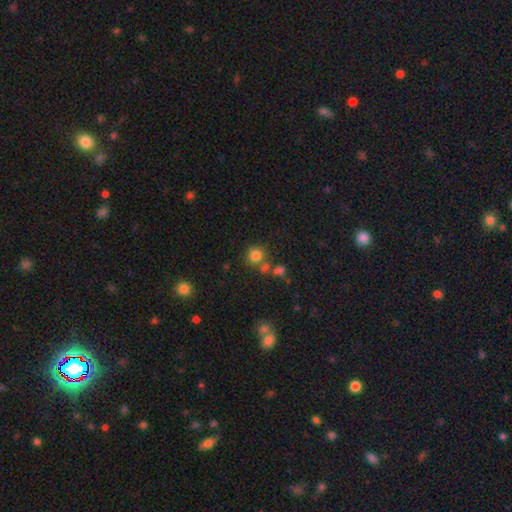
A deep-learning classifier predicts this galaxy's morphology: This appears to be a smooth galaxy with no disk features (79%) that is round (88%). Merging: none (66%).